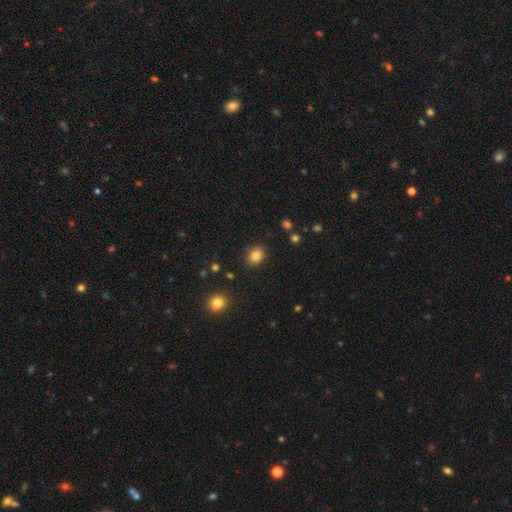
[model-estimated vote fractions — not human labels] Q: Smooth or featured?
A: smooth (83%); runner-up: star or artifact (11%)
Q: How rounded?
A: in between (53%); runner-up: round (46%)
Q: Merging?
A: none (86%); runner-up: minor disturbance (9%)